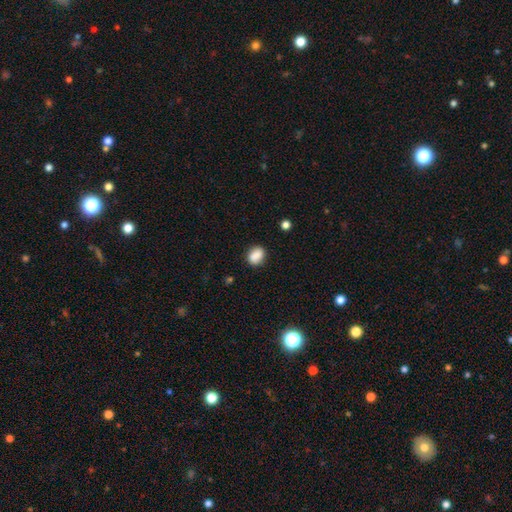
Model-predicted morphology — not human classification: type=smooth (85%); roundness=in between (64%); merging=none (78%).